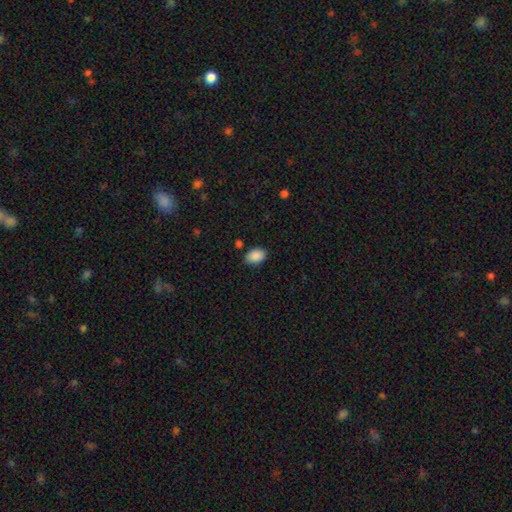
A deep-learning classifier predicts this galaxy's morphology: A smooth galaxy with no disk features (90%) that is in between round and cigar-shaped (84%).

Vote fractions:
- Smooth or featured? smooth: 90% / star or artifact: 7% / featured or disk: 3%
- How rounded? in between: 84% / round: 15% / cigar-shaped: 1%
- Merging? none: 83% / minor disturbance: 12% / major disturbance: 3% / merger: 2%